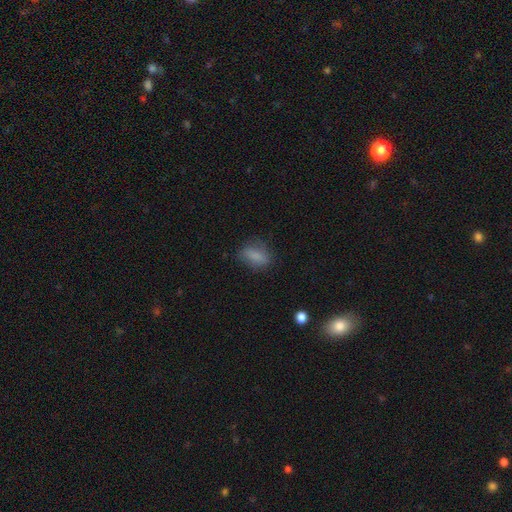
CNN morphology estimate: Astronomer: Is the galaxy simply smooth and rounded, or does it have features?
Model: smooth — 80%.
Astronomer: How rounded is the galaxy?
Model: in between — 78%.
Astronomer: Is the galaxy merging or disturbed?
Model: none — 69%.